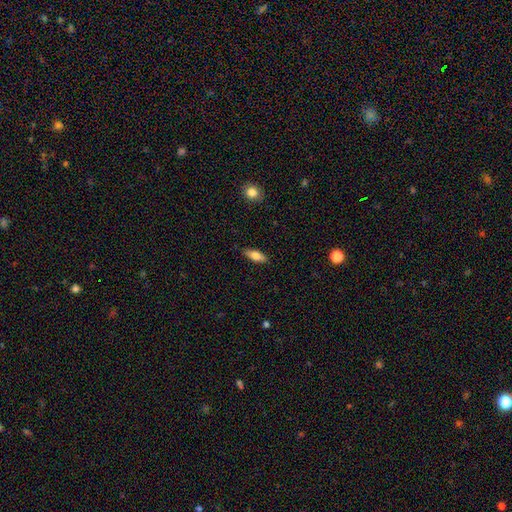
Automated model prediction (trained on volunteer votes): Smooth or featured?
  - smooth: 72% *
  - featured or disk: 21%
  - star or artifact: 7%
How rounded?
  - in between: 67% *
  - cigar-shaped: 30%
  - round: 3%
Merging?
  - none: 86% *
  - minor disturbance: 11%
  - major disturbance: 2%
  - merger: 1%